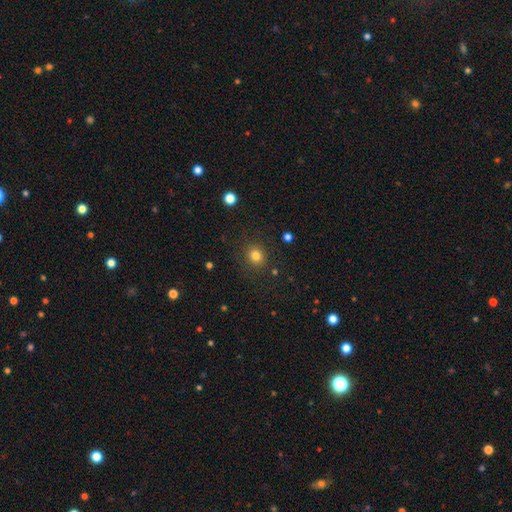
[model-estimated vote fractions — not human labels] smooth-or-featured: smooth: 81% | star or artifact: 13% | featured or disk: 6%
  how-rounded: round: 81% | in between: 18% | cigar-shaped: 1%
  merging: none: 87% | minor disturbance: 8% | major disturbance: 3% | merger: 2%